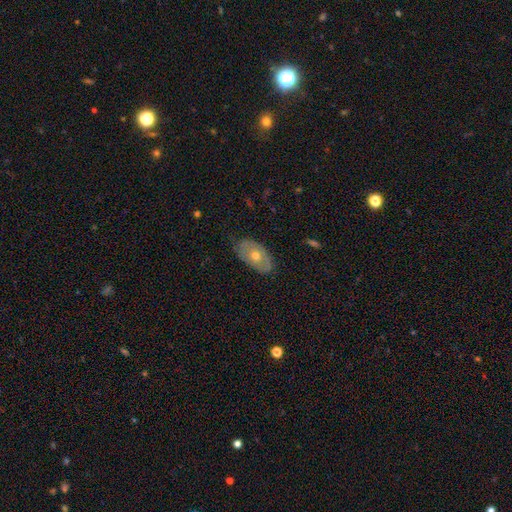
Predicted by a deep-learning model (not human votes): A smooth galaxy with no disk features (47%).

Vote fractions:
- Smooth or featured? smooth: 47% / featured or disk: 45% / star or artifact: 7%
- Merging? none: 79% / minor disturbance: 17% / major disturbance: 3% / merger: 1%